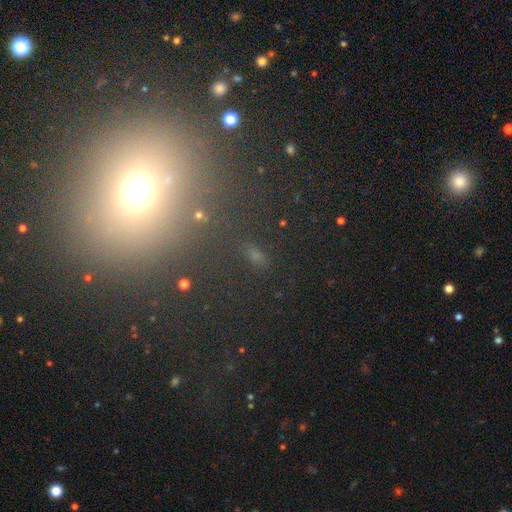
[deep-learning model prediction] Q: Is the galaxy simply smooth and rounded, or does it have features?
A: smooth — 48%.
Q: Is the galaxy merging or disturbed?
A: none — 77%.